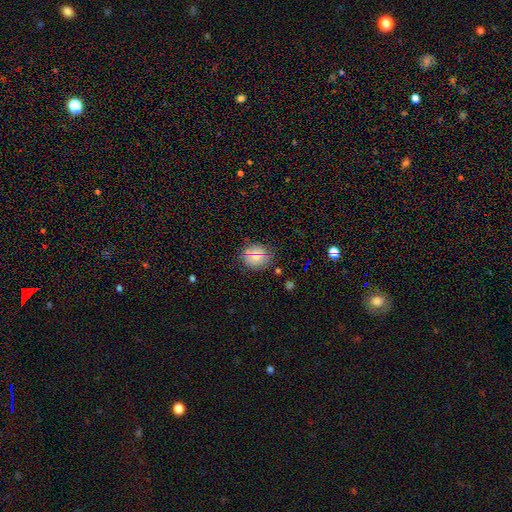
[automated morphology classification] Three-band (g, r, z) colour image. It shows a smooth galaxy with no disk features (64%) that is round (79%). Merging: none (80%).